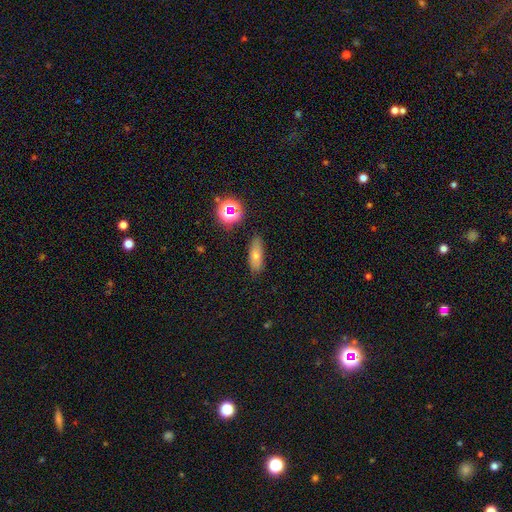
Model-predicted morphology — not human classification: type=smooth (65%); roundness=in between (61%); merging=none (83%).